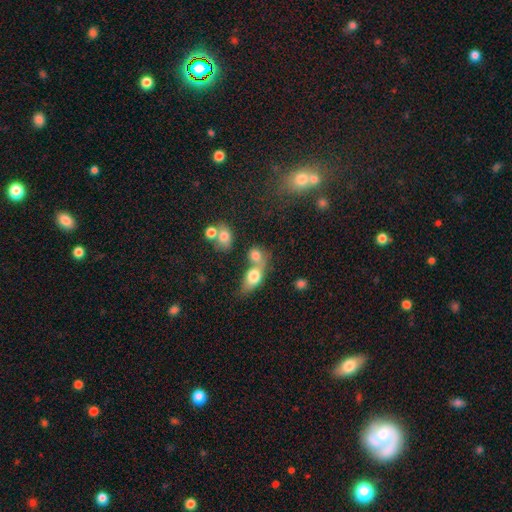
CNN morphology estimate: smooth_or_featured: smooth (p=0.75) [alt: featured or disk p=0.14]
how_rounded: in between (p=0.56) [alt: round p=0.40]
merging: merger (p=0.56) [alt: none p=0.28]